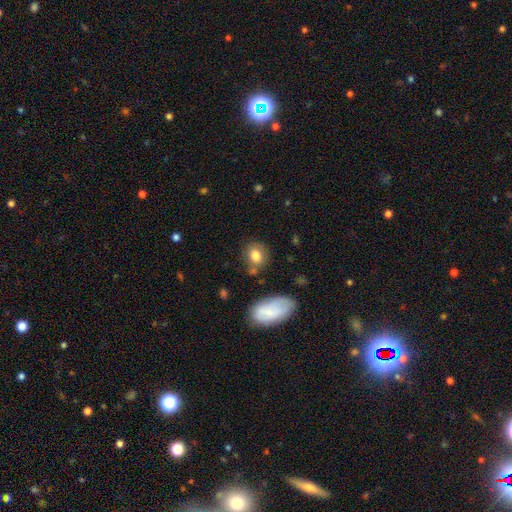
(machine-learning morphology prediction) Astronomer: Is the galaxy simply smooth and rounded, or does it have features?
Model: smooth — 80%.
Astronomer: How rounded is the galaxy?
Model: round — 52% (runner-up: in between, 46%).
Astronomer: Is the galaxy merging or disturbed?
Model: none — 70%.